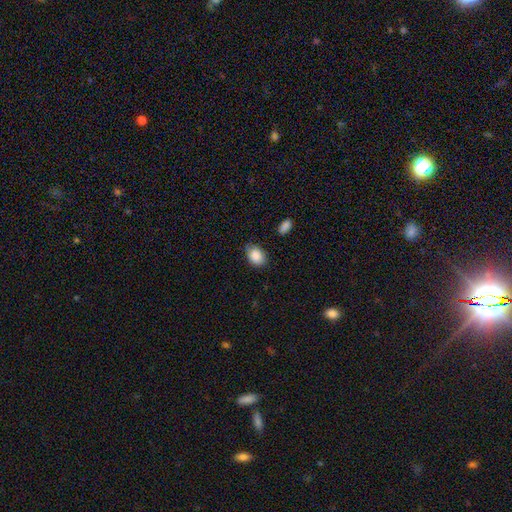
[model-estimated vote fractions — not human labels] Q: Smooth or featured?
A: smooth (89%); runner-up: star or artifact (7%)
Q: How rounded?
A: in between (75%); runner-up: round (24%)
Q: Merging?
A: none (74%); runner-up: minor disturbance (20%)